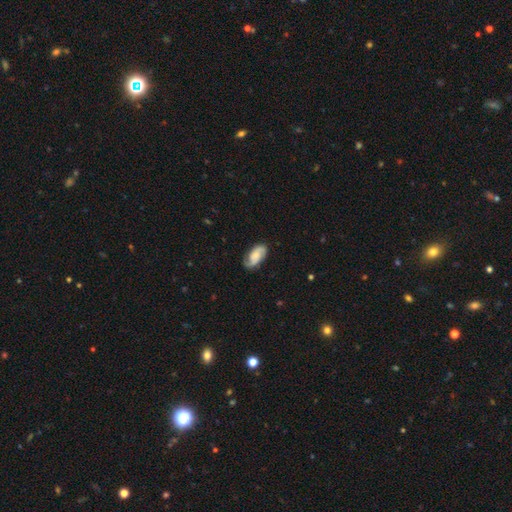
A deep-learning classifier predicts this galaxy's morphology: Smooth or featured: featured or disk — 63% (smooth — 31%)
Edge-on disk: no — 95% (yes — 5%)
Bar: no — 61% (weak — 31%)
Spiral arms: yes — 93% (no — 7%)
Spiral winding: medium — 42% (tight — 32%)
Spiral arm count: 2 — 82% (can't tell — 8%)
Bulge size: small — 42% (moderate — 36%)
Merging: none — 76% (minor disturbance — 17%)